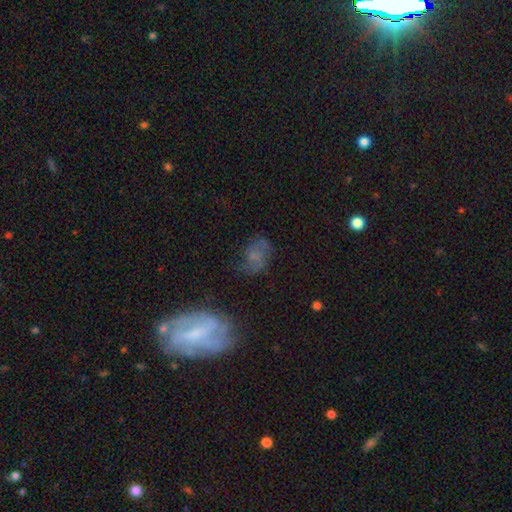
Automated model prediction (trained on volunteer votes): Morphology: type=featured or disk (44%); merging=none (50%).